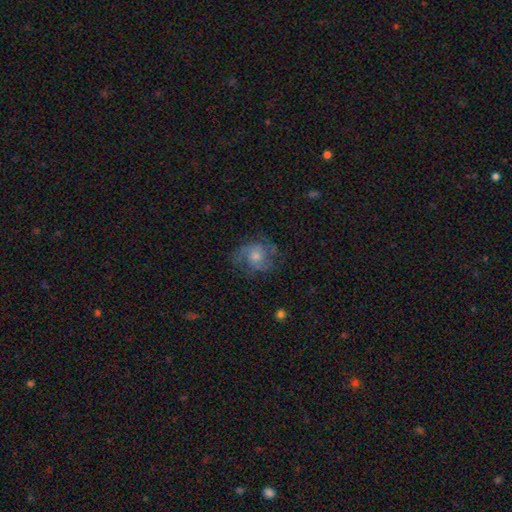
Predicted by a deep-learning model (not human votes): smooth-or-featured: featured or disk: 73% | smooth: 17% | star or artifact: 9%
  disk-edge-on: no: 98% | yes: 2%
    bar: no: 74% | weak: 23% | strong: 3%
    has-spiral-arms: yes: 92% | no: 8%
      spiral-winding: medium: 49% | tight: 34% | loose: 17%
      spiral-arm-count: 2: 43% | 3: 24% | can't tell: 19% | 1: 5% | 4: 5% | more than 4: 4%
    bulge-size: moderate: 54% | small: 35% | large: 6% | none: 4% | dominant: 1%
  merging: none: 70% | minor disturbance: 18% | major disturbance: 11% | merger: 1%